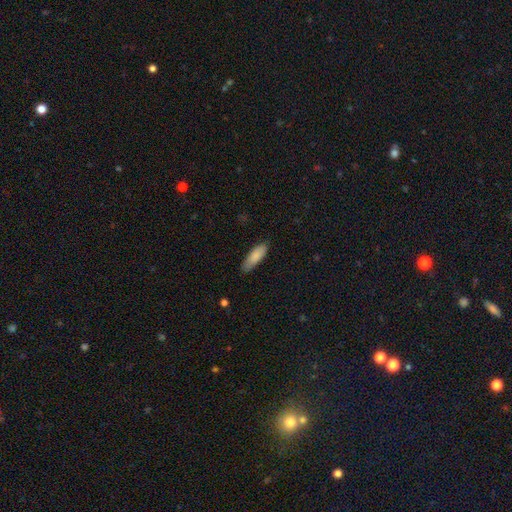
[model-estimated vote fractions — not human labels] This is clearly a smooth galaxy (86%). How rounded: possibly in between (55%). Merging: clearly none (80%).